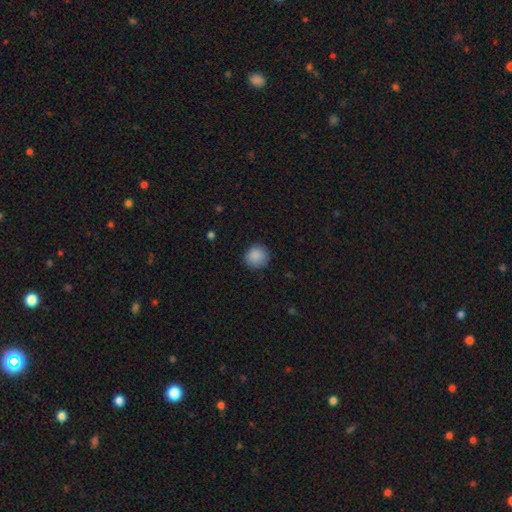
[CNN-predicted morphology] Q: Smooth or featured?
A: smooth (88%); runner-up: star or artifact (9%)
Q: How rounded?
A: round (90%); runner-up: in between (9%)
Q: Merging?
A: none (86%); runner-up: minor disturbance (11%)